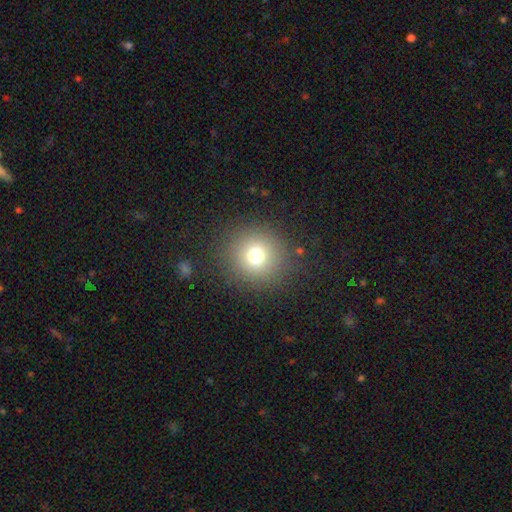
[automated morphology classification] Q: Smooth or featured?
A: smooth (73%); runner-up: star or artifact (17%)
Q: How rounded?
A: round (94%); runner-up: in between (5%)
Q: Merging?
A: none (88%); runner-up: minor disturbance (6%)